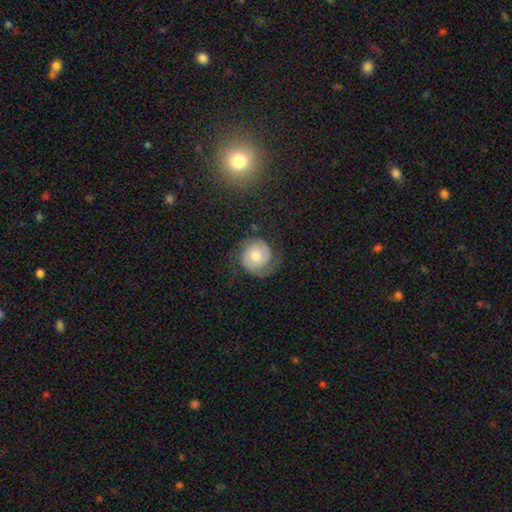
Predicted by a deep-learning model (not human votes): Smooth or featured? Predicted: featured or disk (p=0.59). Edge-on disk? Predicted: no (p=0.98). Bar? Predicted: no (p=0.76). Spiral arms? Predicted: yes (p=0.89). Spiral winding? Predicted: tight (p=0.51). Spiral arm count? Predicted: 2 (p=0.65). Bulge size? Predicted: moderate (p=0.65). Merging? Predicted: none (p=0.67).